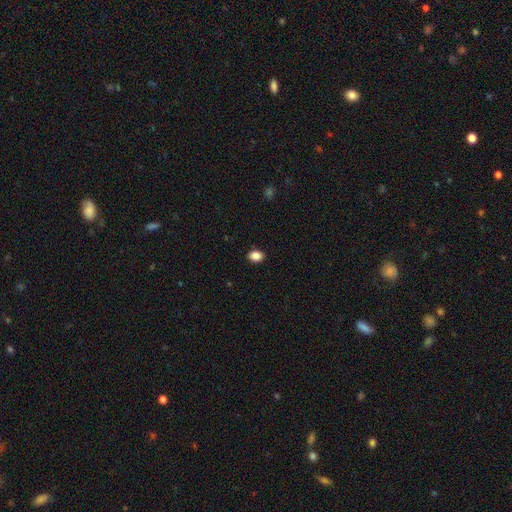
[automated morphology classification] This is clearly a smooth galaxy (87%). How rounded: likely in between (65%). Merging: clearly none (90%).